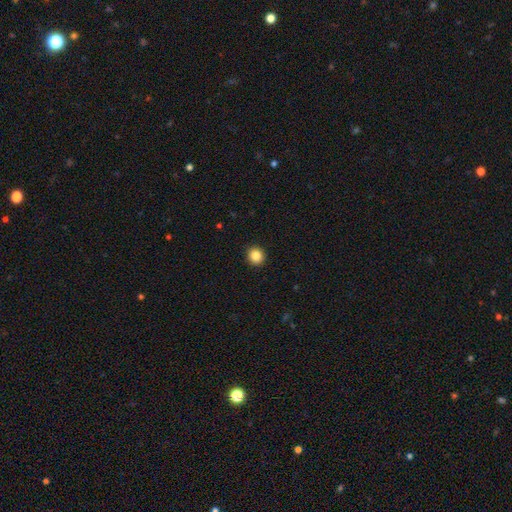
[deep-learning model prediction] Q: Smooth or featured?
A: smooth (86%); runner-up: star or artifact (10%)
Q: How rounded?
A: round (91%); runner-up: in between (8%)
Q: Merging?
A: none (93%); runner-up: minor disturbance (5%)